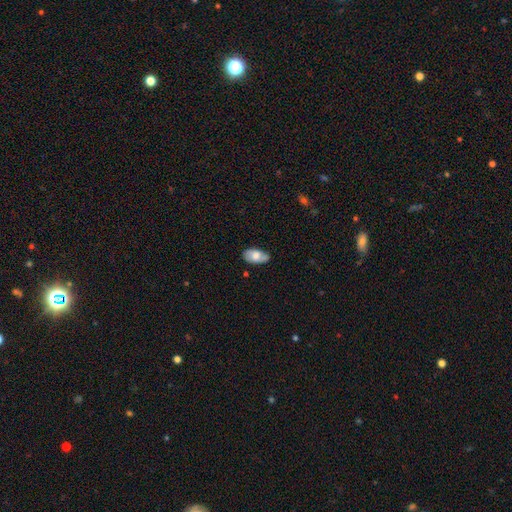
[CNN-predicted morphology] A smooth galaxy with no disk features (62%) that is in between round and cigar-shaped (94%). Merging: none (72%).